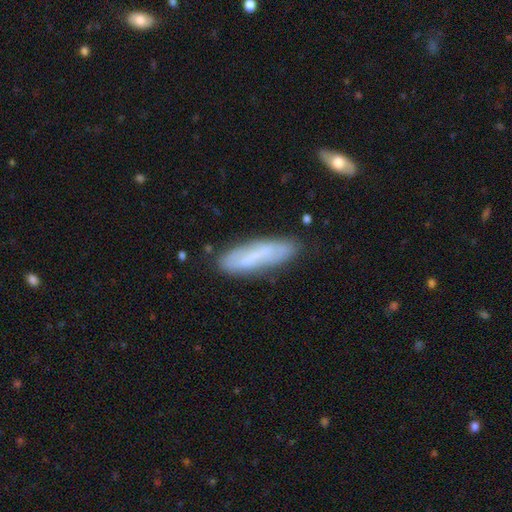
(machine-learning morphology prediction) A smooth galaxy with no disk features (59%) that is cigar-shaped (66%).

Vote fractions:
- Smooth or featured? smooth: 59% / featured or disk: 34% / star or artifact: 8%
- How rounded? cigar-shaped: 66% / in between: 32% / round: 2%
- Merging? none: 74% / minor disturbance: 18% / major disturbance: 4% / merger: 3%